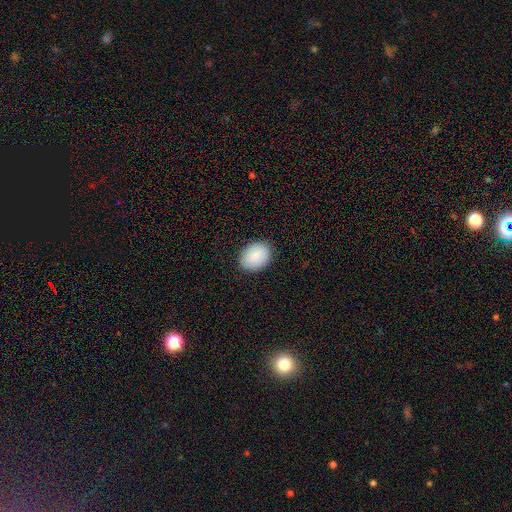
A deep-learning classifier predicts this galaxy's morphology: A smooth galaxy with no disk features (85%) that is in between round and cigar-shaped (65%).

Vote fractions:
- Smooth or featured? smooth: 85% / featured or disk: 9% / star or artifact: 7%
- How rounded? in between: 65% / round: 34% / cigar-shaped: 1%
- Merging? none: 88% / minor disturbance: 9% / major disturbance: 2% / merger: 1%